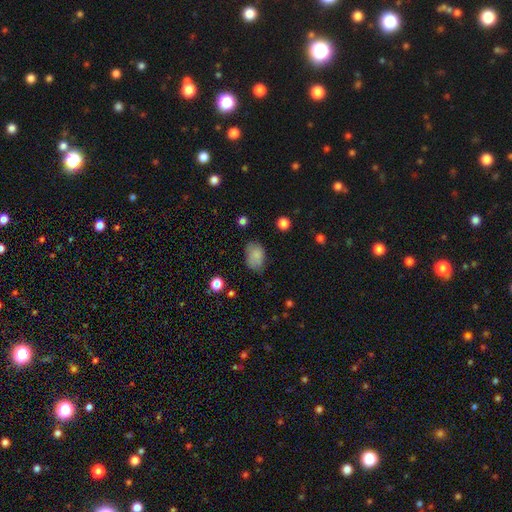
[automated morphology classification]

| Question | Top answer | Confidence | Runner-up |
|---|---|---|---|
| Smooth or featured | smooth | 83% | star or artifact (9%) |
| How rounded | in between | 85% | round (14%) |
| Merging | none | 62% | minor disturbance (28%) |